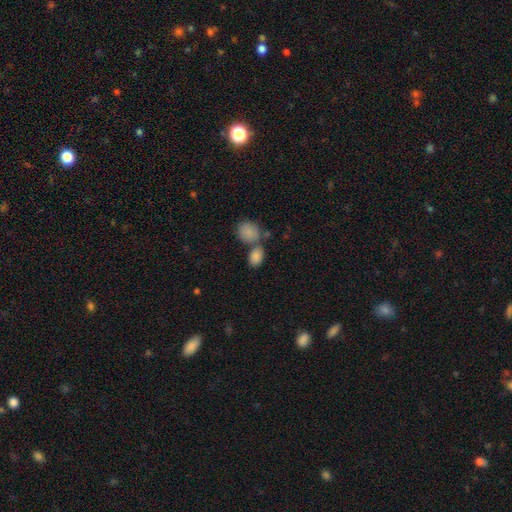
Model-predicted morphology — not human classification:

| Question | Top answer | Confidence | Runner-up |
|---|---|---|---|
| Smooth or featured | smooth | 85% | star or artifact (9%) |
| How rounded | in between | 73% | round (25%) |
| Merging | none | 48% | merger (38%) |